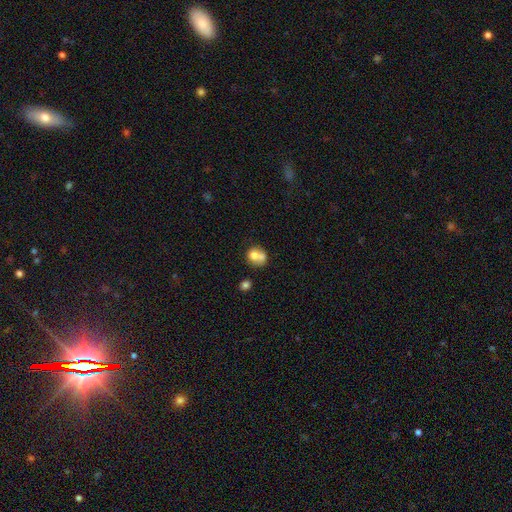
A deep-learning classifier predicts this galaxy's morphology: smooth_or_featured: smooth (p=0.70) [alt: featured or disk p=0.20]
how_rounded: round (p=0.69) [alt: in between p=0.30]
merging: merger (p=0.55) [alt: none p=0.31]